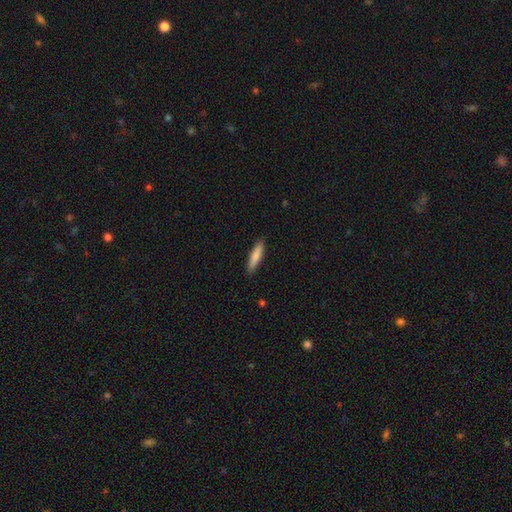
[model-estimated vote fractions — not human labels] A smooth galaxy with no disk features (80%) that is cigar-shaped (81%). Merging: none (88%).